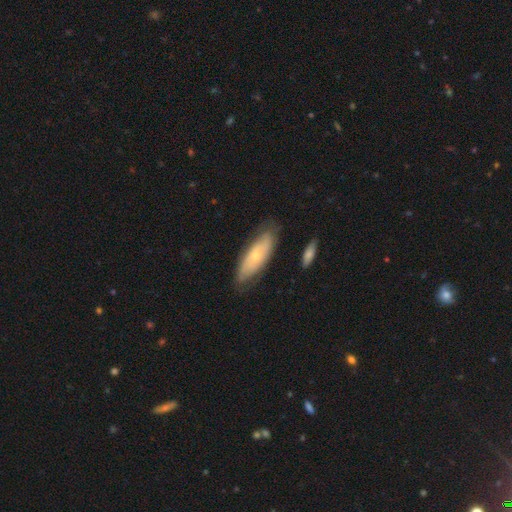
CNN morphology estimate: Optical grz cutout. It shows a featured or disk galaxy (48%). Merging: none (73%).